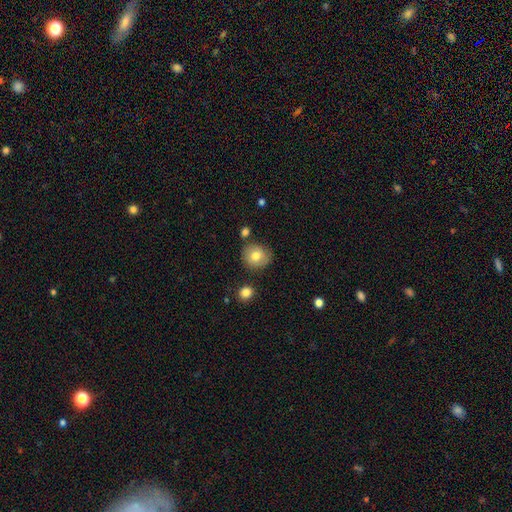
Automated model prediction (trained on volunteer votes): Morphology: type=smooth (77%); roundness=round (82%); merging=none (78%).